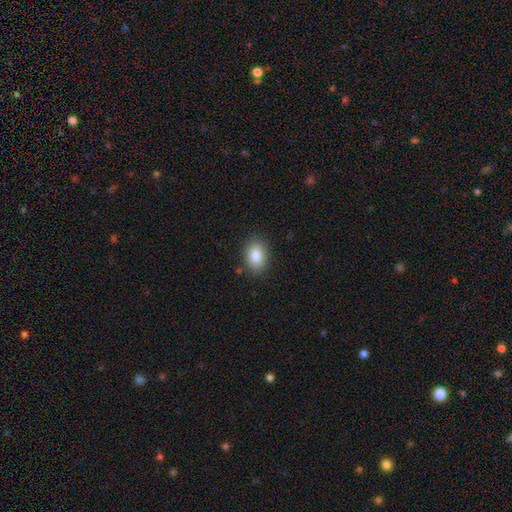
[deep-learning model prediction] Q: Smooth or featured?
A: smooth (86%); runner-up: star or artifact (8%)
Q: How rounded?
A: in between (80%); runner-up: round (19%)
Q: Merging?
A: none (86%); runner-up: minor disturbance (10%)